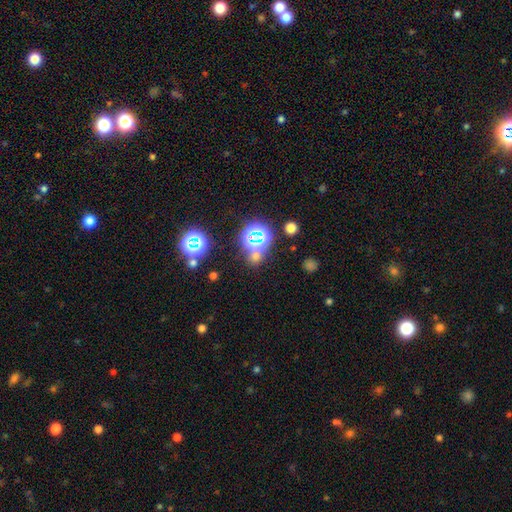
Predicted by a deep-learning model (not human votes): Smooth or featured?
  - star or artifact: 52% *
  - smooth: 40%
  - featured or disk: 8%